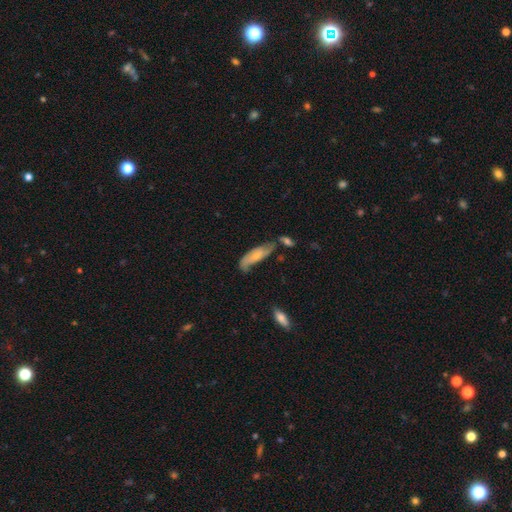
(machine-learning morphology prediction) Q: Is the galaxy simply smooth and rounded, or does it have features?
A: smooth — 48%.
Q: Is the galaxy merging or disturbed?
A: none — 44%.